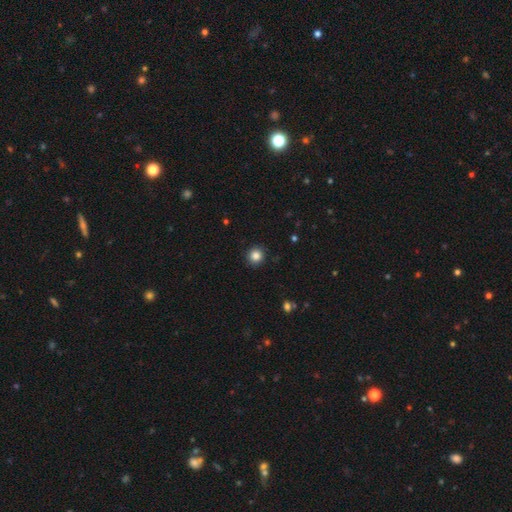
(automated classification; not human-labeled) Smooth or featured?
  - smooth: 85% *
  - star or artifact: 11%
  - featured or disk: 4%
How rounded?
  - round: 93% *
  - in between: 6%
  - cigar-shaped: 1%
Merging?
  - none: 91% *
  - minor disturbance: 6%
  - major disturbance: 2%
  - merger: 1%